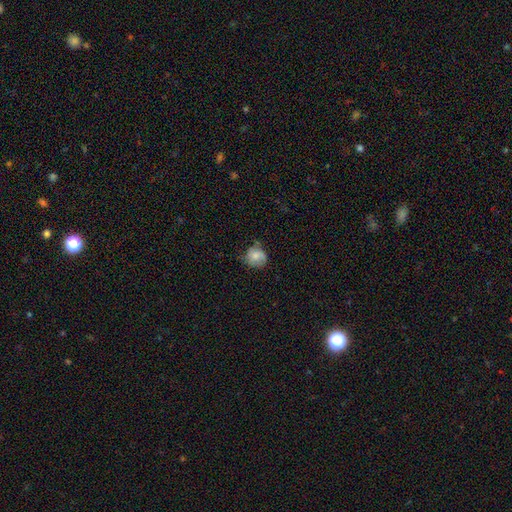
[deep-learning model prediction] This is likely a smooth galaxy (67%). How rounded: likely round (76%). Merging: possibly none (57%).